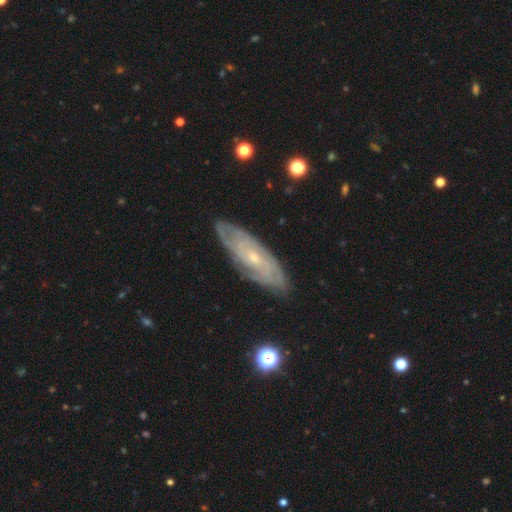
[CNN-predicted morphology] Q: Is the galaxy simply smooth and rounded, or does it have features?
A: featured or disk — 72%.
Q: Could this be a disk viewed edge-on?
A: no — 78%.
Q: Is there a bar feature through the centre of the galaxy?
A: no — 73%.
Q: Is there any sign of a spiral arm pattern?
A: yes — 88%.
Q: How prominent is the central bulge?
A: small — 75%.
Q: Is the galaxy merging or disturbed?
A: none — 84%.